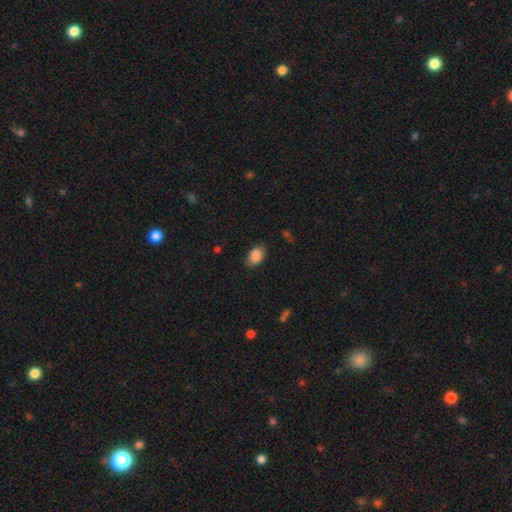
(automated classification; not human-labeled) A smooth galaxy with no disk features (86%) that is in between round and cigar-shaped (86%). Merging: none (79%).